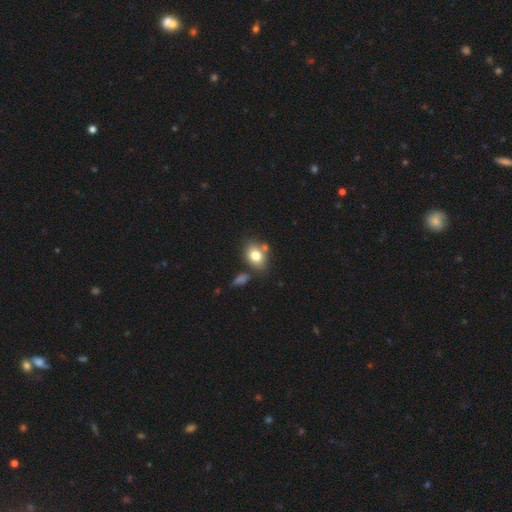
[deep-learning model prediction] smooth_or_featured: smooth (p=0.78) [alt: featured or disk p=0.13]
how_rounded: in between (p=0.66) [alt: round p=0.33]
merging: none (p=0.65) [alt: merger p=0.17]